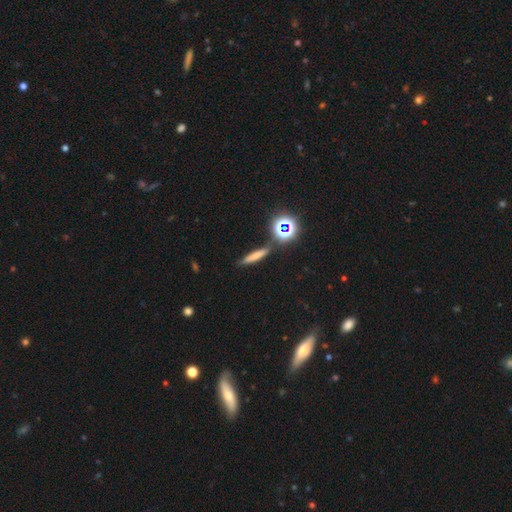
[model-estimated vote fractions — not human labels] Smooth or featured? smooth (64%)
How rounded? cigar-shaped (83%)
Merging? none (81%)